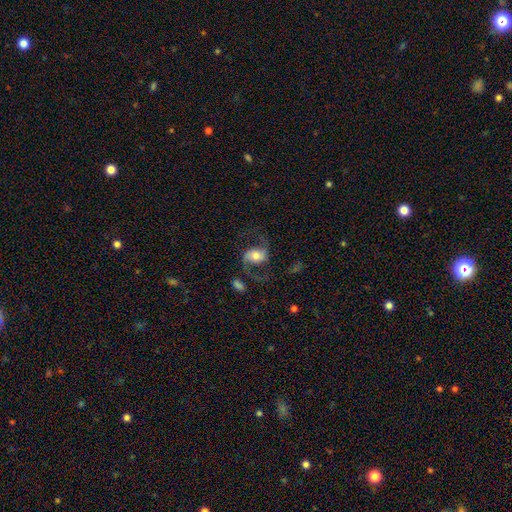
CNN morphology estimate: smooth-or-featured: featured or disk: 80% | smooth: 13% | star or artifact: 6%
  disk-edge-on: no: 97% | yes: 3%
    bar: no: 40% | weak: 34% | strong: 25%
    has-spiral-arms: yes: 94% | no: 6%
      spiral-winding: loose: 55% | medium: 38% | tight: 7%
      spiral-arm-count: 2: 93% | 1: 2% | can't tell: 2% | 3: 1% | 4: 1% | more than 4: 1%
    bulge-size: moderate: 60% | small: 18% | large: 17% | dominant: 3% | none: 2%
  merging: none: 69% | minor disturbance: 15% | major disturbance: 14% | merger: 3%